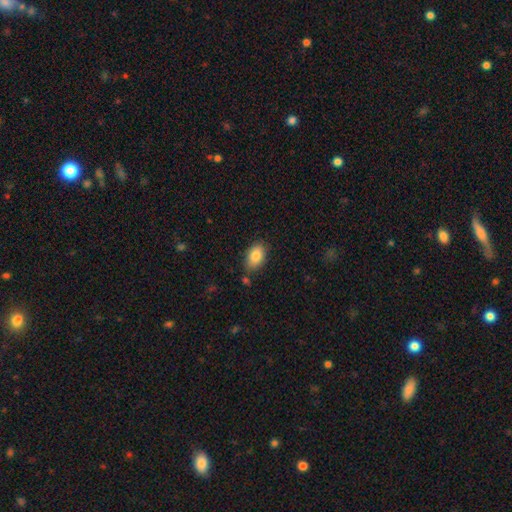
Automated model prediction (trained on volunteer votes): A smooth galaxy with no disk features (86%) that is in between round and cigar-shaped (91%). Merging: none (78%).